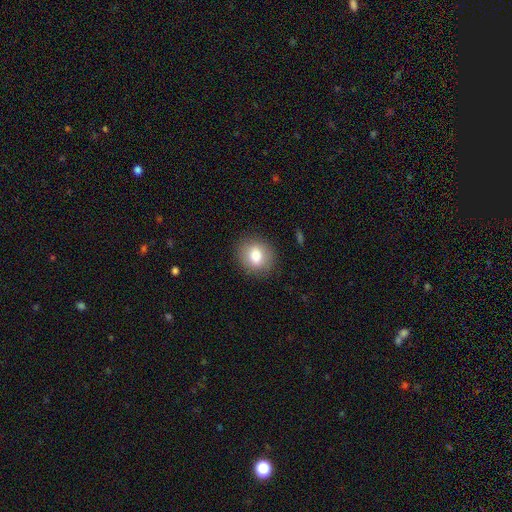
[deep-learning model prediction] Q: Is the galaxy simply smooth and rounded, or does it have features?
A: smooth — 78%.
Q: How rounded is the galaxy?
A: round — 67%.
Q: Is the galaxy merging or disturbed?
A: none — 87%.